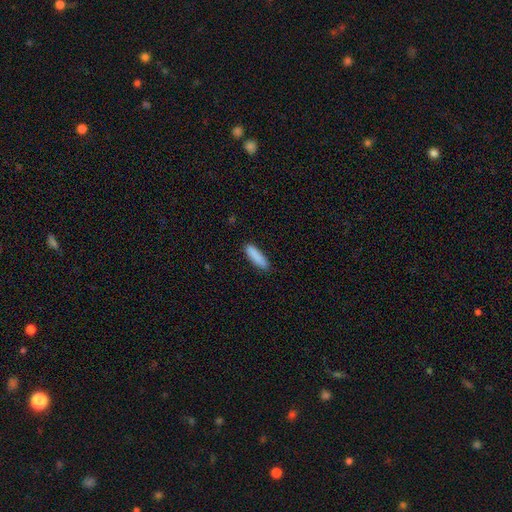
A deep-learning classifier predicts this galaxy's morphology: Q: Smooth or featured?
A: smooth (89%); runner-up: star or artifact (6%)
Q: How rounded?
A: cigar-shaped (68%); runner-up: in between (31%)
Q: Merging?
A: none (87%); runner-up: minor disturbance (10%)